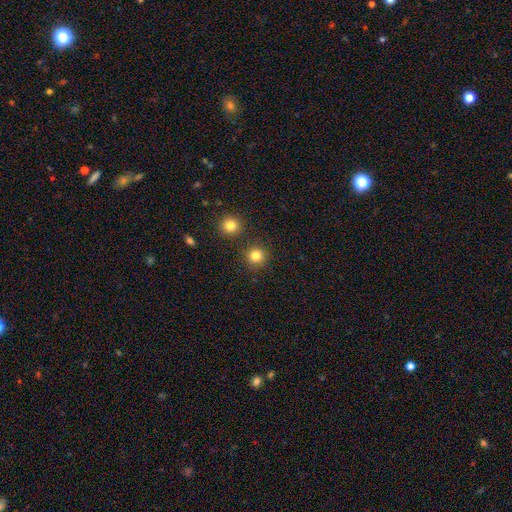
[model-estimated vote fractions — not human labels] Q: Smooth or featured?
A: smooth (83%); runner-up: star or artifact (12%)
Q: How rounded?
A: round (94%); runner-up: in between (6%)
Q: Merging?
A: none (87%); runner-up: minor disturbance (6%)